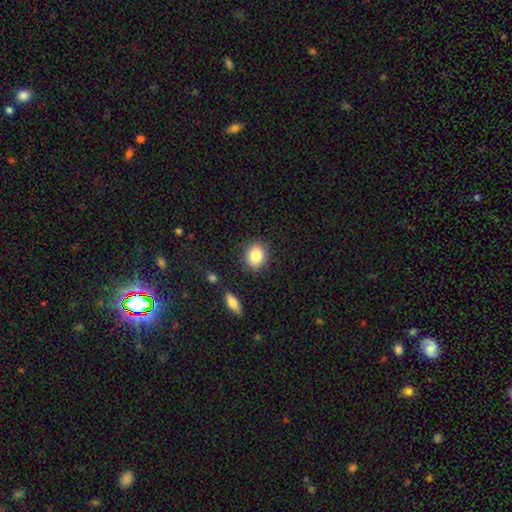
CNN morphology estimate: Smooth or featured: smooth — 85% (star or artifact — 8%)
How rounded: round — 57% (in between — 42%)
Merging: none — 87% (minor disturbance — 9%)